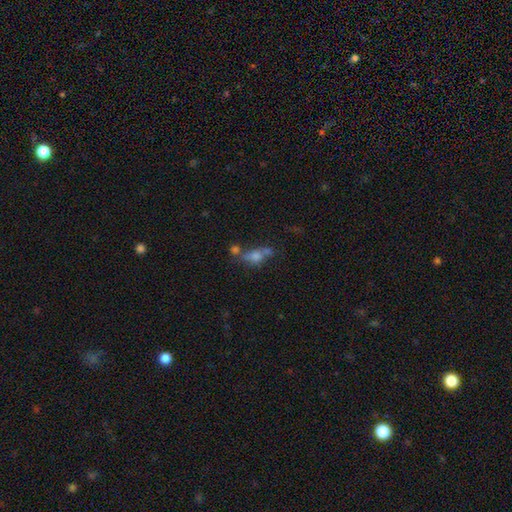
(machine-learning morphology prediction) This is marginally a smooth galaxy (43%). Merging: marginally none (37%).